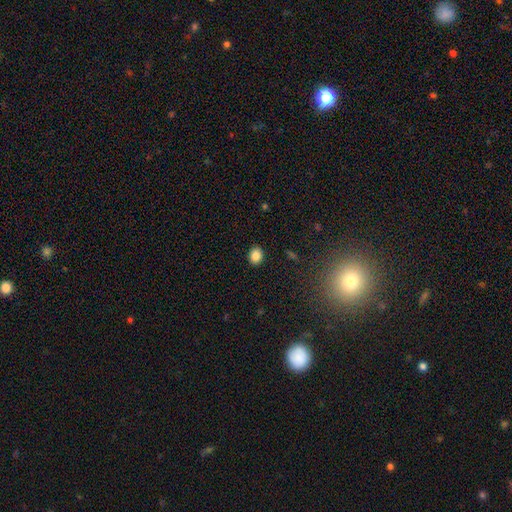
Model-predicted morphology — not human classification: smooth_or_featured: smooth (p=0.86) [alt: star or artifact p=0.10]
how_rounded: round (p=0.55) [alt: in between p=0.44]
merging: none (p=0.90) [alt: minor disturbance p=0.07]